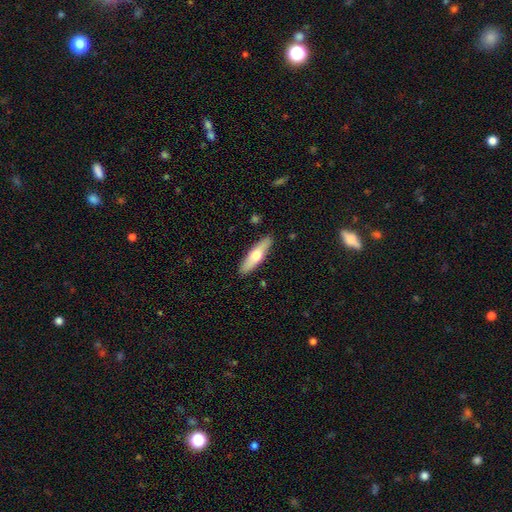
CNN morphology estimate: smooth-or-featured: smooth: 58% | featured or disk: 37% | star or artifact: 5%
  how-rounded: cigar-shaped: 65% | in between: 33% | round: 2%
  merging: none: 89% | minor disturbance: 8% | major disturbance: 2% | merger: 1%